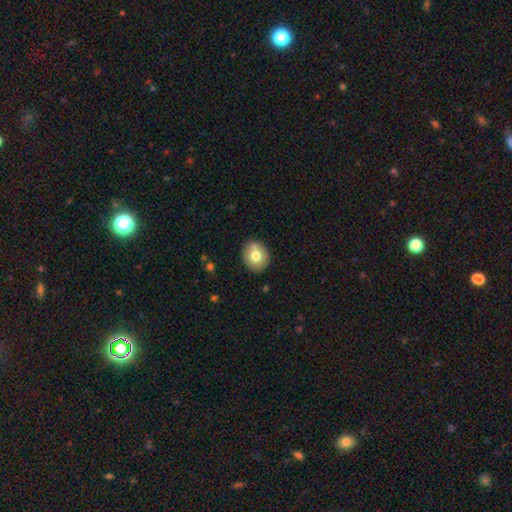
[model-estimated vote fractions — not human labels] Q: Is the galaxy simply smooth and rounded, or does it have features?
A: smooth — 74%.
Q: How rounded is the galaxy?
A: round — 65%.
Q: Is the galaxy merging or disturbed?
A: none — 85%.